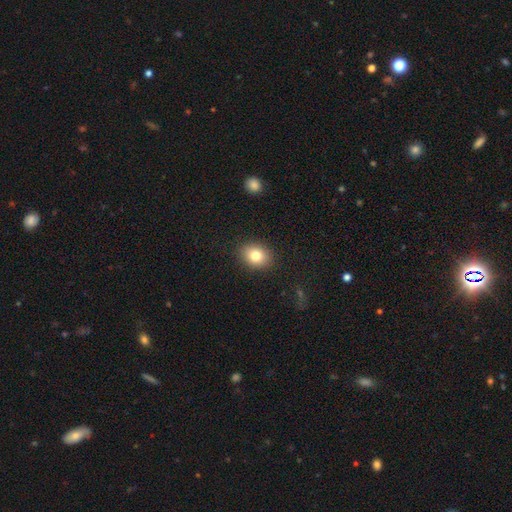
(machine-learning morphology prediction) type=smooth (81%); roundness=in between (58%); merging=none (88%).